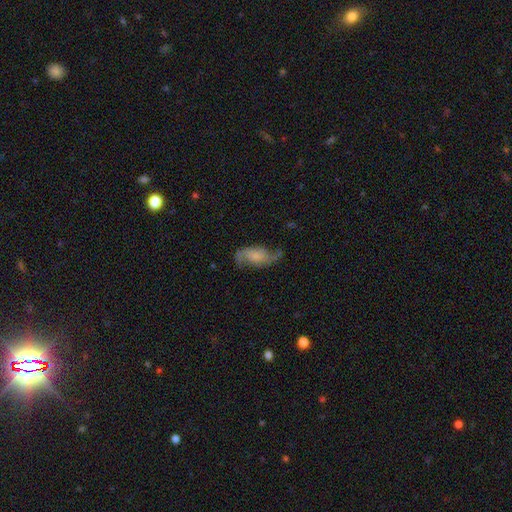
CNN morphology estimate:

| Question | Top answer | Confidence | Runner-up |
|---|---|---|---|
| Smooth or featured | featured or disk | 79% | smooth (14%) |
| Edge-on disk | no | 96% | yes (4%) |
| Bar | no | 60% | weak (32%) |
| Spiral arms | yes | 94% | no (6%) |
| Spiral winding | loose | 64% | medium (29%) |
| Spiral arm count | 2 | 91% | can't tell (3%) |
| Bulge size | small | 41% | none (26%) |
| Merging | none | 67% | minor disturbance (18%) |